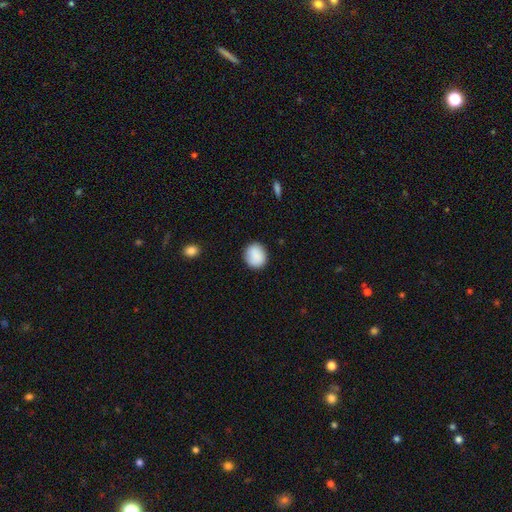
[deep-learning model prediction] Smooth or featured: smooth — 88% (star or artifact — 7%)
How rounded: round — 78% (in between — 21%)
Merging: none — 87% (minor disturbance — 9%)